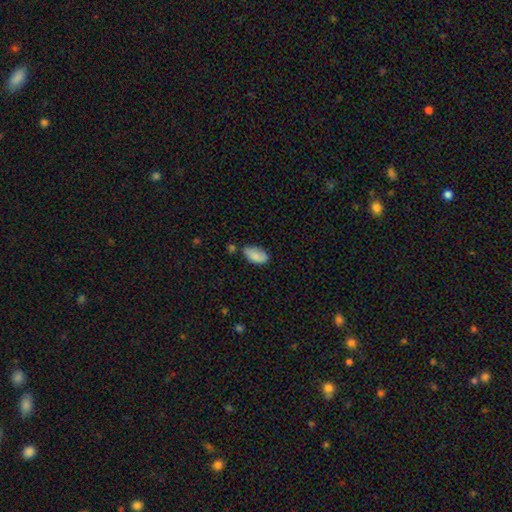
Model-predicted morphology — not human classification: type=smooth (86%); roundness=in between (94%); merging=none (62%).